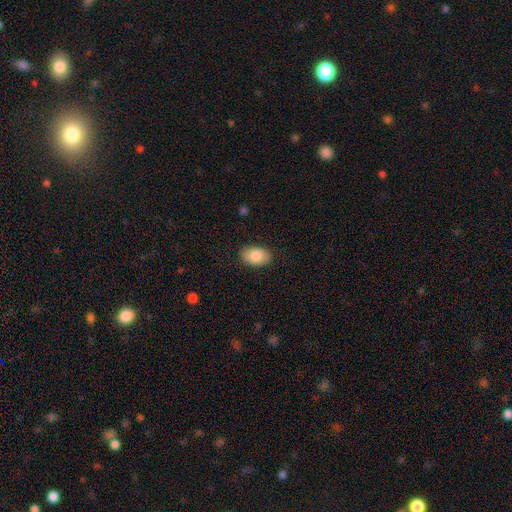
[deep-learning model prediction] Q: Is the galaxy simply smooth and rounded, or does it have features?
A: smooth — 85%.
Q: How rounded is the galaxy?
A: in between — 90%.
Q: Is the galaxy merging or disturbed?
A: none — 87%.